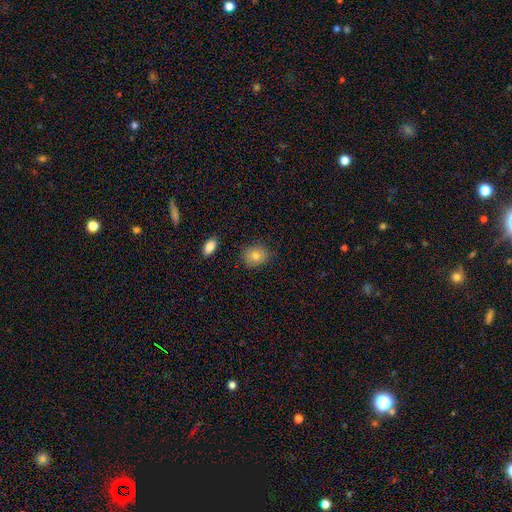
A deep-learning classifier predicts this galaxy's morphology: Smooth or featured: smooth — 80% (featured or disk — 10%)
How rounded: round — 75% (in between — 24%)
Merging: none — 83% (minor disturbance — 12%)